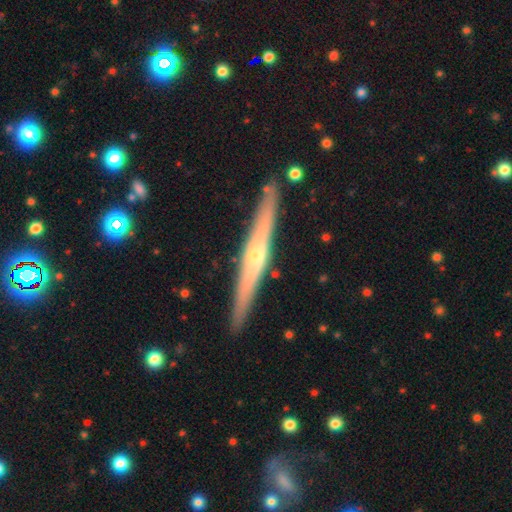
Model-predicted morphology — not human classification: This appears to be a featured or disk galaxy (69%) viewed edge-on (97%) with a rounded central bulge (68%). Merging: none (90%).